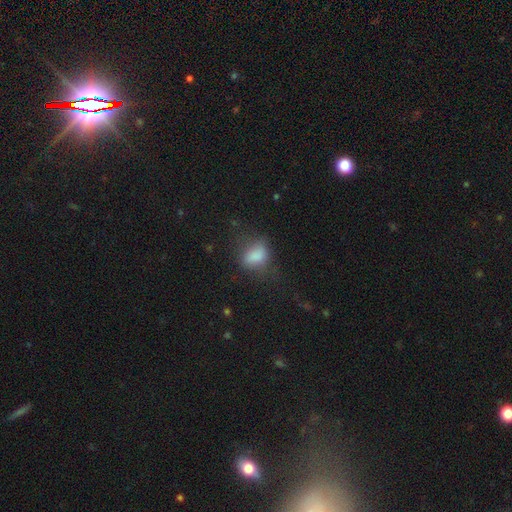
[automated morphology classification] This is likely a smooth galaxy (79%). How rounded: likely in between (75%). Merging: possibly none (49%).